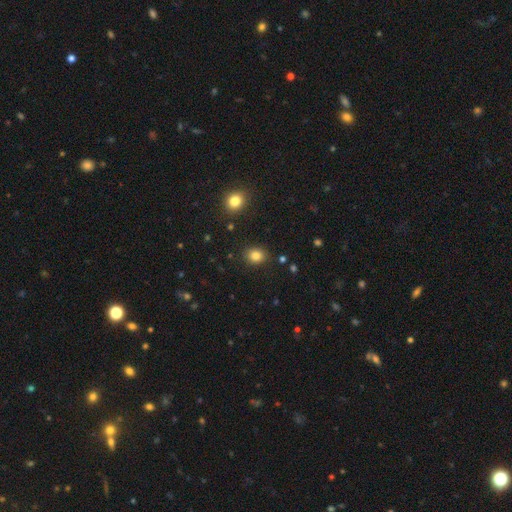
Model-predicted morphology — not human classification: Smooth or featured?
  - smooth: 83% *
  - star or artifact: 12%
  - featured or disk: 6%
How rounded?
  - round: 59% *
  - in between: 40%
  - cigar-shaped: 1%
Merging?
  - none: 88% *
  - minor disturbance: 8%
  - major disturbance: 2%
  - merger: 2%